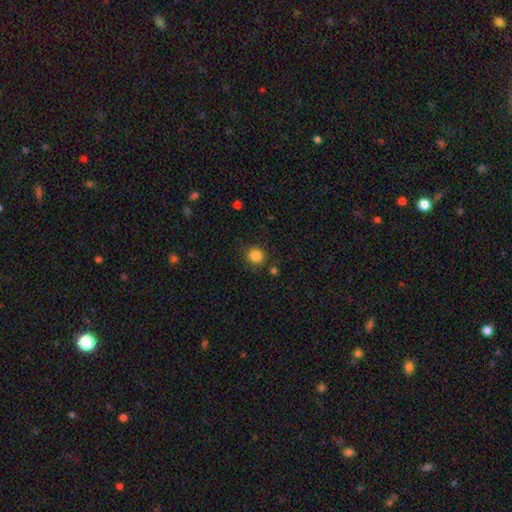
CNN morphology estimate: This appears to be a smooth galaxy with no disk features (84%) that is round (91%). Merging: none (86%).